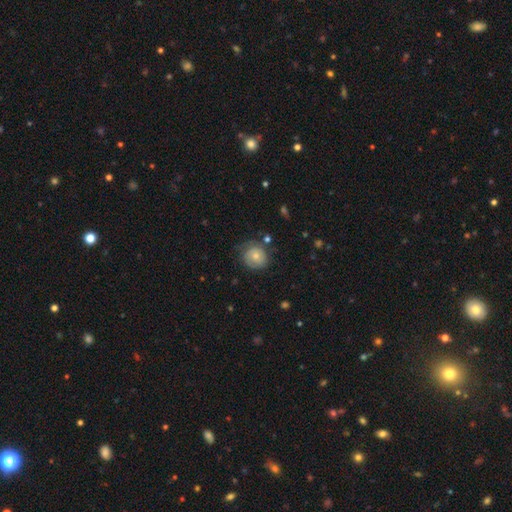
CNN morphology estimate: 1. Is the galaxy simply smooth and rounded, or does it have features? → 52% smooth, 40% featured or disk, 8% star or artifact.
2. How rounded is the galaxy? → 83% round, 16% in between, 1% cigar-shaped.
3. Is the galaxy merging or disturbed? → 61% none, 24% minor disturbance, 12% major disturbance, 3% merger.